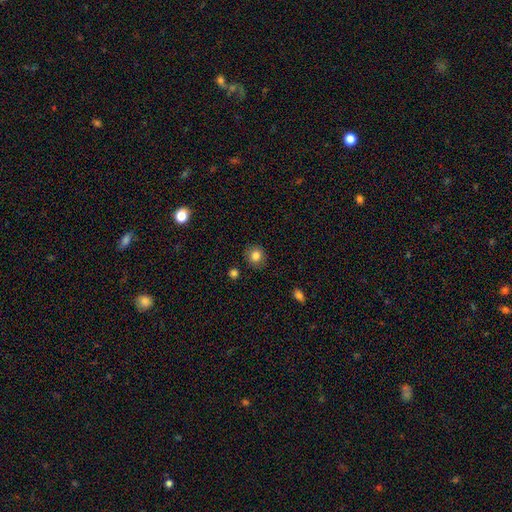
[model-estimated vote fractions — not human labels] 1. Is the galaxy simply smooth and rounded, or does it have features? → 84% smooth, 11% star or artifact, 6% featured or disk.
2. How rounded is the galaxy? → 86% round, 14% in between, 1% cigar-shaped.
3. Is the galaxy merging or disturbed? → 87% none, 8% minor disturbance, 2% major disturbance, 2% merger.